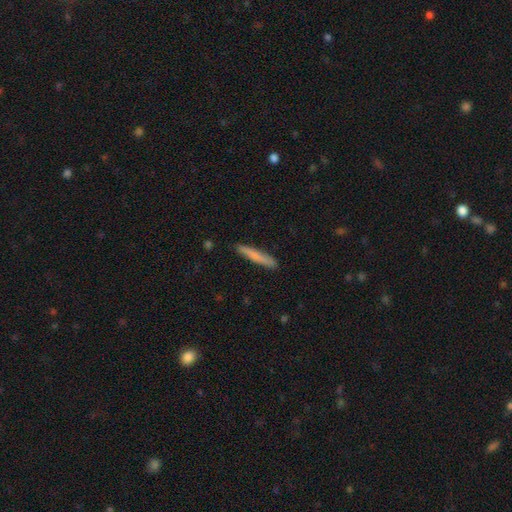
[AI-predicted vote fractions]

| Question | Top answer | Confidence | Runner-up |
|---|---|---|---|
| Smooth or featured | smooth | 75% | featured or disk (19%) |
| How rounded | cigar-shaped | 95% | in between (4%) |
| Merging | none | 88% | minor disturbance (9%) |